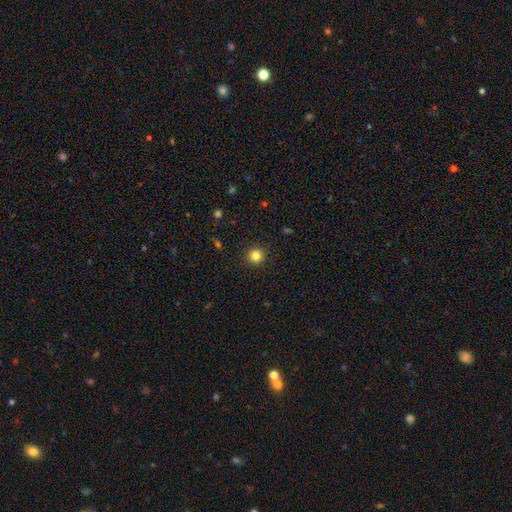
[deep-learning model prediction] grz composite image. It shows a smooth galaxy with no disk features (83%) that is round (95%). Merging: none (93%).